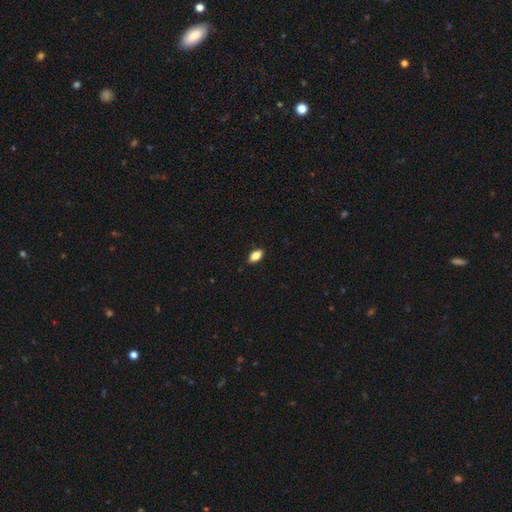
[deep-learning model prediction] This is clearly a smooth galaxy (84%). How rounded: clearly in between (90%). Merging: clearly none (88%).